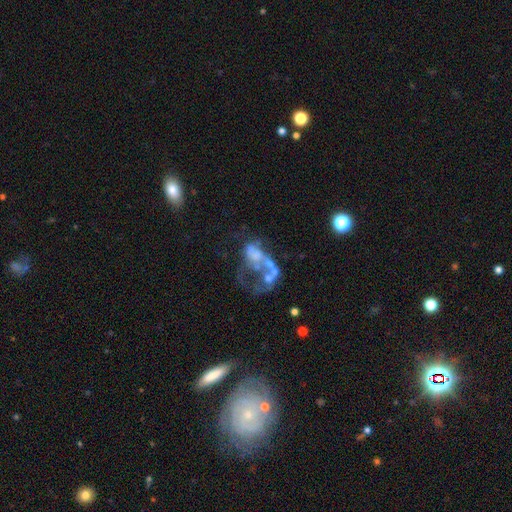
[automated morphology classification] A featured or disk galaxy (63%) with no bar (91%), no spiral arms (90%) and no central bulge (67%).

Vote fractions:
- Smooth or featured? featured or disk: 63% / smooth: 21% / star or artifact: 16%
- Edge-on disk? no: 98% / yes: 2%
- Bar? no: 91% / weak: 7% / strong: 2%
- Spiral arms? no: 90% / yes: 10%
- Bulge size? none: 67% / moderate: 15% / small: 12% / large: 4% / dominant: 2%
- Merging? merger: 38% / major disturbance: 36% / none: 17% / minor disturbance: 9%